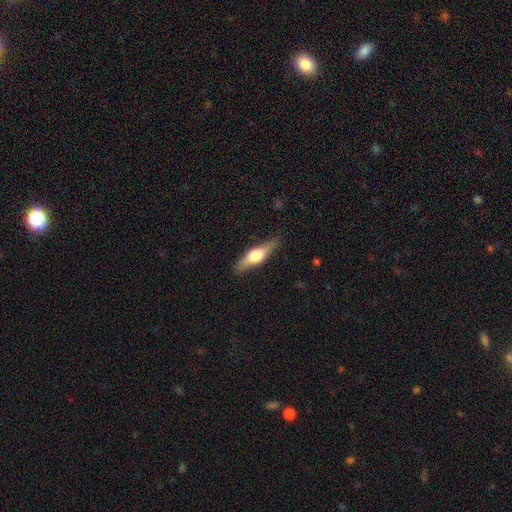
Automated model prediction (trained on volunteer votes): smooth_or_featured: featured or disk (p=0.50) [alt: smooth p=0.45]
disk_edge_on: yes (p=0.87) [alt: no p=0.13]
merging: none (p=0.84) [alt: minor disturbance p=0.13]